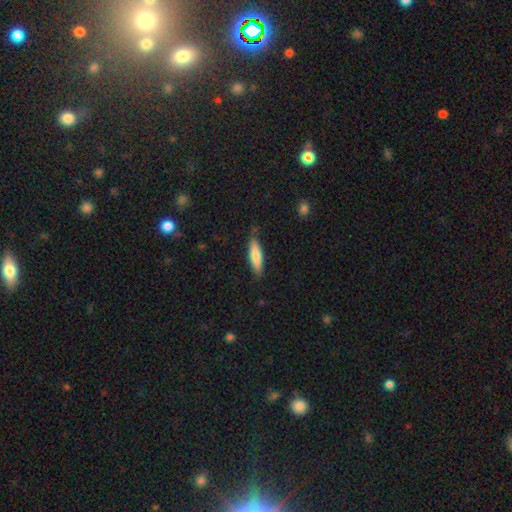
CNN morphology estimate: Smooth or featured? smooth (75%)
How rounded? cigar-shaped (70%)
Merging? none (82%)